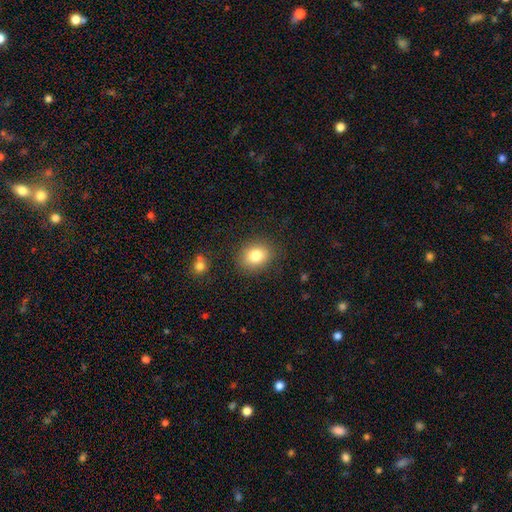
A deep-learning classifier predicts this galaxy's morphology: Smooth or featured?
  - smooth: 81% *
  - star or artifact: 10%
  - featured or disk: 9%
How rounded?
  - round: 54% *
  - in between: 45%
  - cigar-shaped: 1%
Merging?
  - none: 85% *
  - minor disturbance: 10%
  - major disturbance: 3%
  - merger: 2%